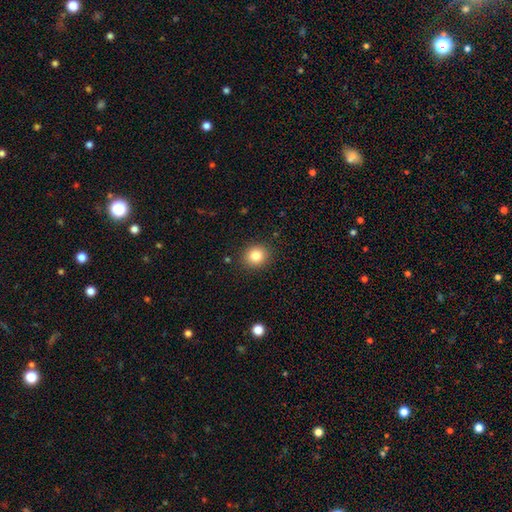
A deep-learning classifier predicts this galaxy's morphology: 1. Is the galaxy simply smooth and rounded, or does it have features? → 82% smooth, 11% star or artifact, 7% featured or disk.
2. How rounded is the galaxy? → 81% round, 18% in between, 1% cigar-shaped.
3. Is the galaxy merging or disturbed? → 89% none, 7% minor disturbance, 2% major disturbance, 1% merger.